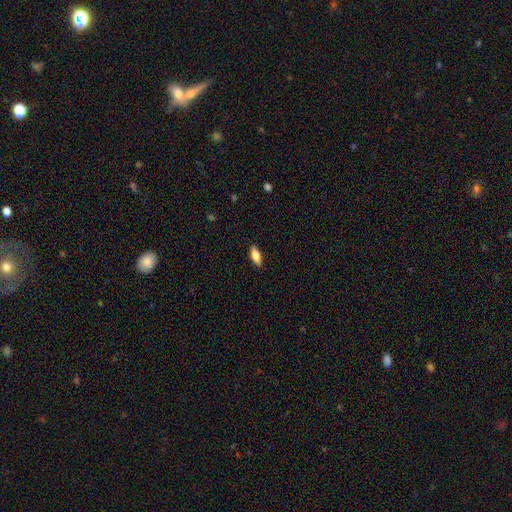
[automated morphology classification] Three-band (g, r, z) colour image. It shows a smooth galaxy with no disk features (68%) that is in between round and cigar-shaped (70%). Merging: none (88%).